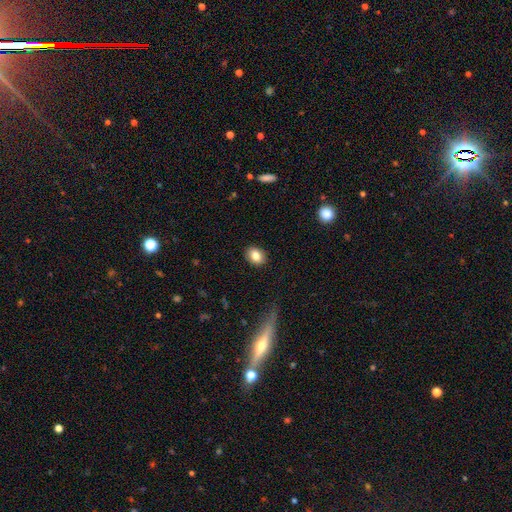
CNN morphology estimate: Smooth or featured? smooth (83%)
How rounded? in between (61%)
Merging? none (89%)